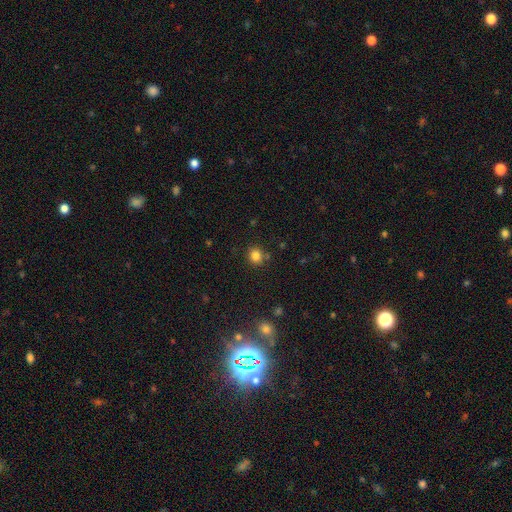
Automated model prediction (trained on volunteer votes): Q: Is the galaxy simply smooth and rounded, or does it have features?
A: smooth — 82%.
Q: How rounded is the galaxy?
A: round — 83%.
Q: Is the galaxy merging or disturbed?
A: none — 81%.